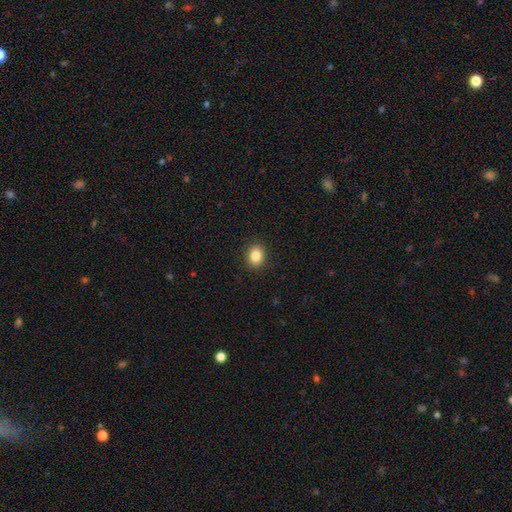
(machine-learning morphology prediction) A smooth galaxy with no disk features (86%) that is in between round and cigar-shaped (52%). Merging: none (91%).